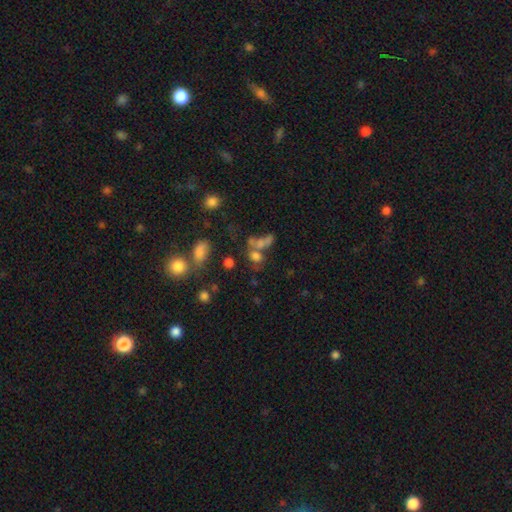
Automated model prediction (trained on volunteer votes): Smooth or featured? smooth (65%)
How rounded? in between (57%)
Merging? merger (44%)